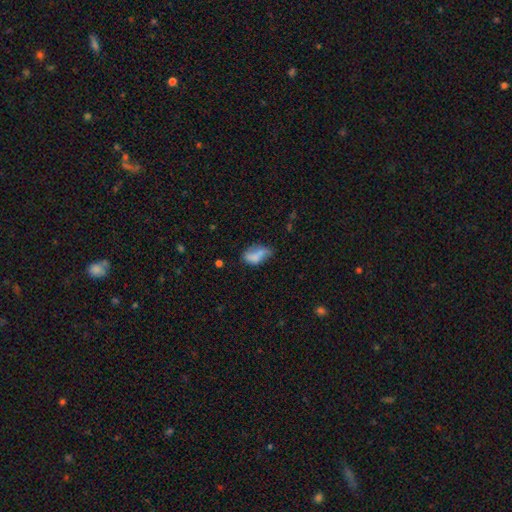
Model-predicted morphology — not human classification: This appears to be a smooth galaxy with no disk features (67%) that is in between round and cigar-shaped (89%). Merging: none (37%).